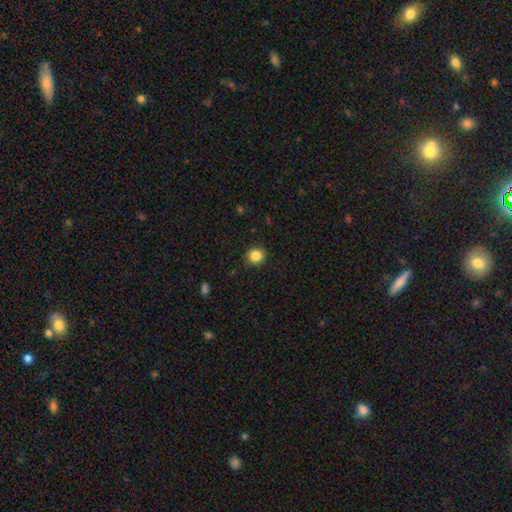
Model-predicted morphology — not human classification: Q: Smooth or featured?
A: smooth (85%); runner-up: star or artifact (10%)
Q: How rounded?
A: round (92%); runner-up: in between (7%)
Q: Merging?
A: none (90%); runner-up: minor disturbance (7%)